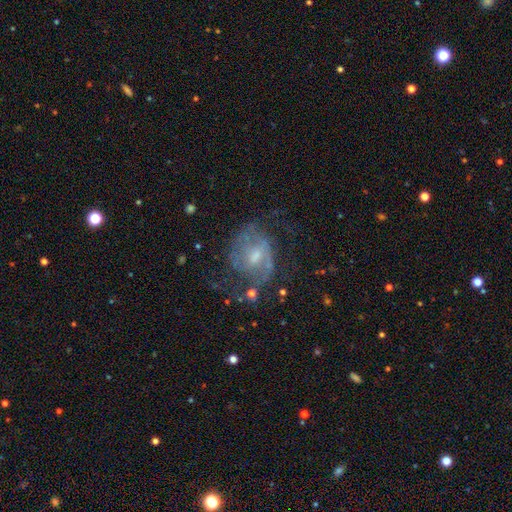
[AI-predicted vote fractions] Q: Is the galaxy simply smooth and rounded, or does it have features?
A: featured or disk — 76%.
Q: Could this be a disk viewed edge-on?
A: no — 97%.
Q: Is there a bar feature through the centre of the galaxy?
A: weak — 52%.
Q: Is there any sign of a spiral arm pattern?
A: yes — 81%.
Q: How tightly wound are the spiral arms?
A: medium — 47%.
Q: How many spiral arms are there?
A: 2 — 57%.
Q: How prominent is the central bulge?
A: small — 46%.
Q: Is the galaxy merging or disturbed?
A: none — 52%.